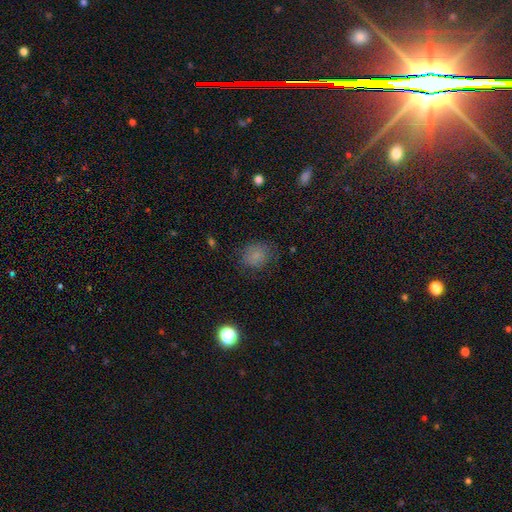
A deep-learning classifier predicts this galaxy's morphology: smooth 78%, star or artifact 14%, featured or disk 8%. Down the decision tree: how rounded — round (59%); merging — none (74%).